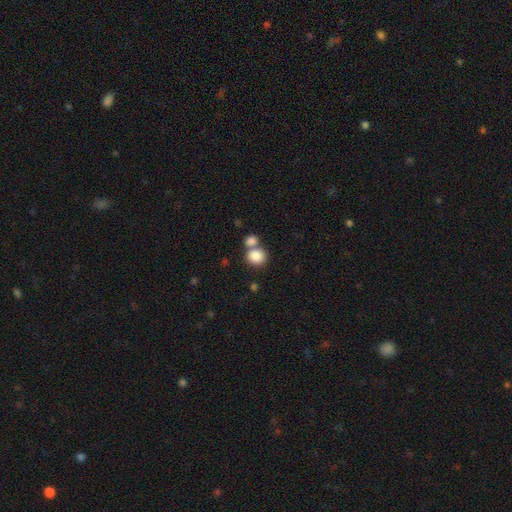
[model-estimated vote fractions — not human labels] Smooth or featured?
  - smooth: 85% *
  - star or artifact: 9%
  - featured or disk: 6%
How rounded?
  - round: 79% *
  - in between: 20%
  - cigar-shaped: 1%
Merging?
  - none: 48% *
  - merger: 41%
  - minor disturbance: 8%
  - major disturbance: 3%